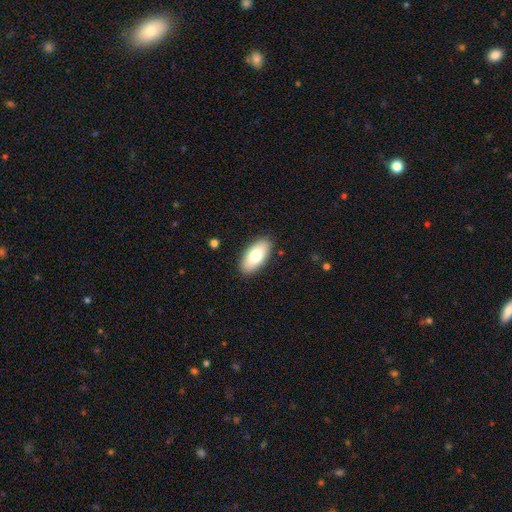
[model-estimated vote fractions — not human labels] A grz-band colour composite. It shows a smooth galaxy with no disk features (75%) that is in between round and cigar-shaped (91%). Merging: none (89%).